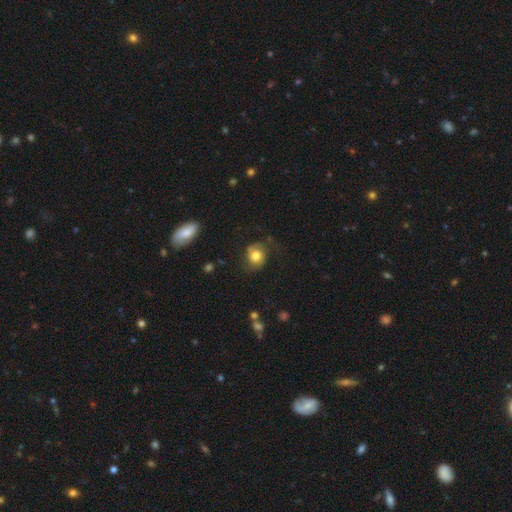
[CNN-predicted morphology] A smooth galaxy with no disk features (64%) that is round (66%).

Vote fractions:
- Smooth or featured? smooth: 64% / featured or disk: 27% / star or artifact: 9%
- How rounded? round: 66% / in between: 33% / cigar-shaped: 1%
- Merging? none: 59% / minor disturbance: 23% / major disturbance: 16% / merger: 2%